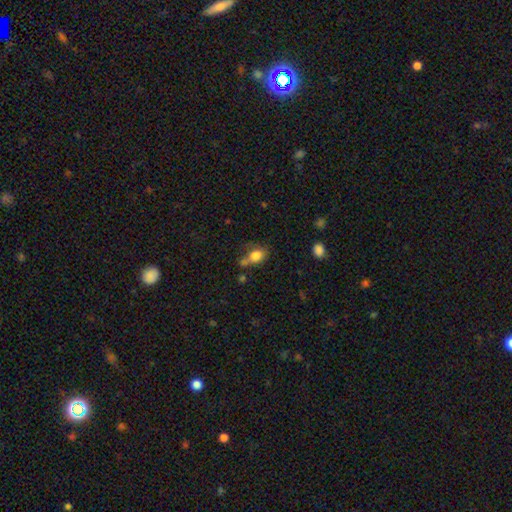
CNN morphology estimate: Smooth or featured?
  - smooth: 80% *
  - featured or disk: 10%
  - star or artifact: 9%
How rounded?
  - in between: 75% *
  - round: 22%
  - cigar-shaped: 3%
Merging?
  - none: 47% *
  - minor disturbance: 26%
  - merger: 16%
  - major disturbance: 12%